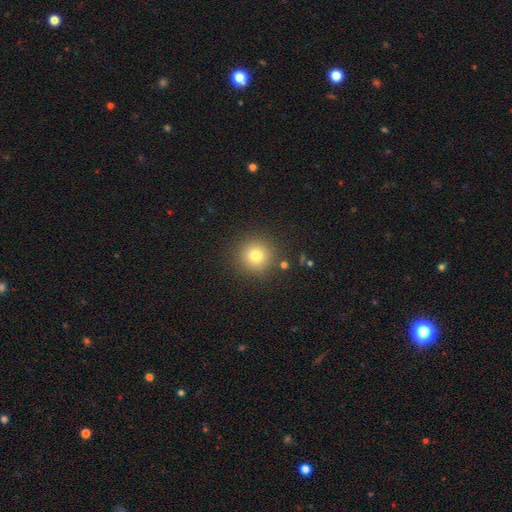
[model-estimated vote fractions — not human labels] The model was most divided on "smooth or featured": smooth: 78%, star or artifact: 14%, featured or disk: 8%. More confident: how rounded — round (95%); merging — none (88%).